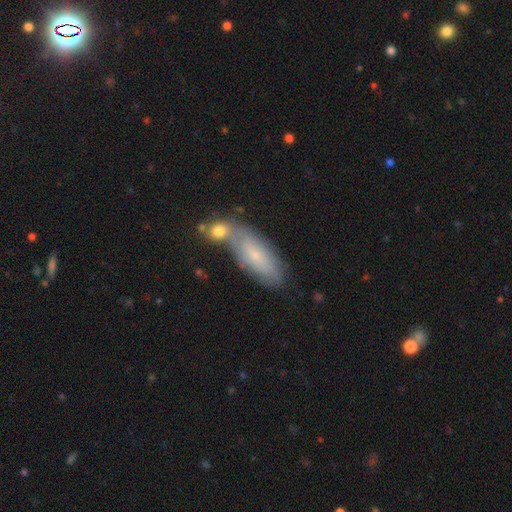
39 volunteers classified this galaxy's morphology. This appears to be a smooth galaxy with no disk features (67%) that is in between round and cigar-shaped (69%). Merging: none (55%).